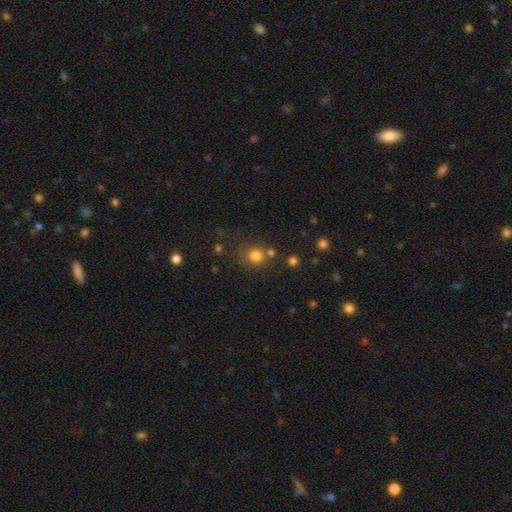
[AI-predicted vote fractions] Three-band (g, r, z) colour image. It shows a smooth galaxy with no disk features (79%) that is round (81%). Merging: none (67%).